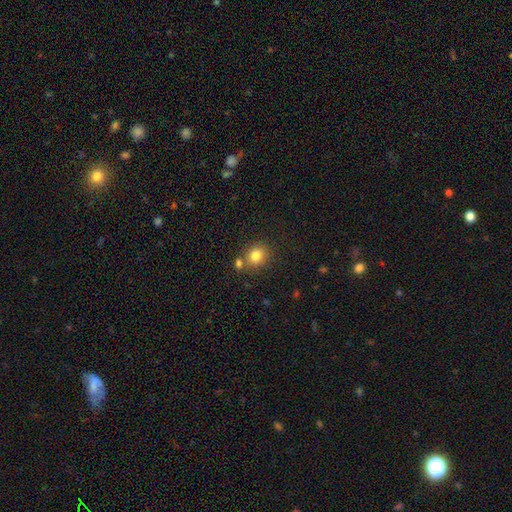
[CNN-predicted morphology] Smooth or featured? smooth (82%)
How rounded? round (72%)
Merging? none (70%)